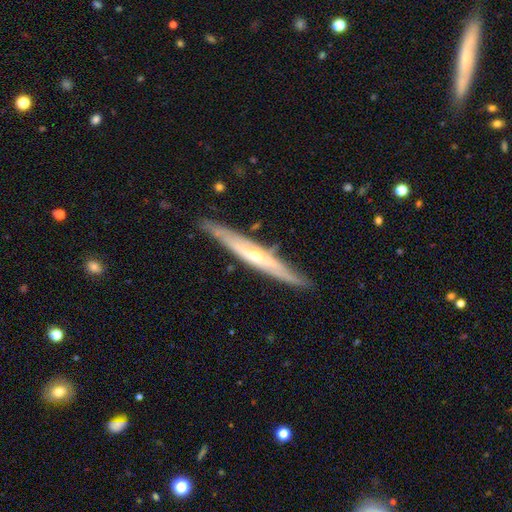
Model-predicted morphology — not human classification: Smooth or featured? Predicted: featured or disk (p=0.72). Edge-on disk? Predicted: yes (p=0.90). Edge-on bulge? Predicted: rounded (p=0.67). Merging? Predicted: none (p=0.85).